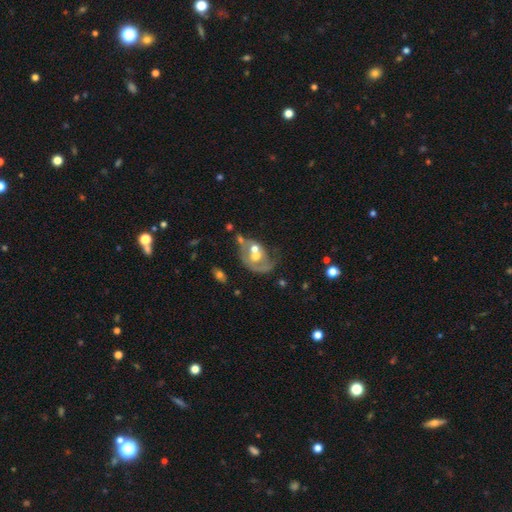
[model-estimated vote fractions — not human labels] Smooth or featured?
  - featured or disk: 60% *
  - smooth: 32%
  - star or artifact: 8%
Edge-on disk?
  - no: 96% *
  - yes: 4%
Bar?
  - no: 82% *
  - weak: 14%
  - strong: 4%
Spiral arms?
  - no: 63% *
  - yes: 37%
Bulge size?
  - moderate: 63% *
  - small: 17%
  - large: 13%
  - none: 5%
  - dominant: 2%
Merging?
  - merger: 43% *
  - none: 22%
  - major disturbance: 20%
  - minor disturbance: 15%